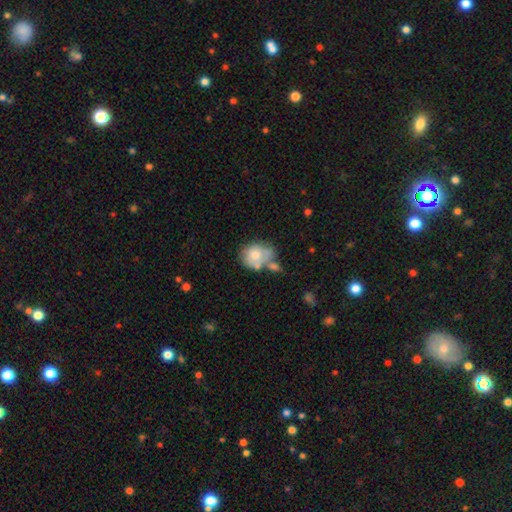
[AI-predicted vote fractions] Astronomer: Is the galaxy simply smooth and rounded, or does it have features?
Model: smooth — 65%.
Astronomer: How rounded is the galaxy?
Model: round — 57% (runner-up: in between, 42%).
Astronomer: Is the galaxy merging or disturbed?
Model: merger — 34% (runner-up: none, 32%).